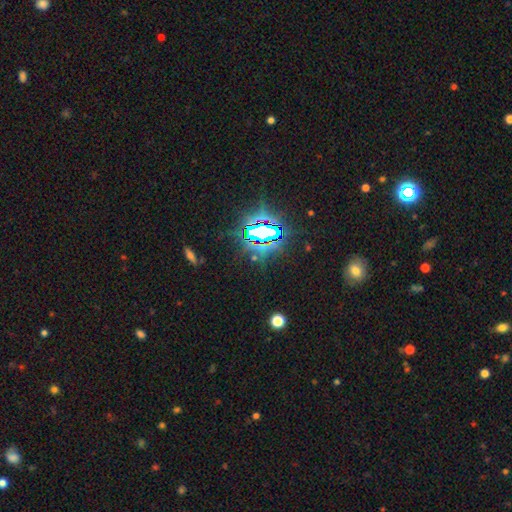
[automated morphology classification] A star or artifact, not a galaxy (79%).

Vote fractions:
- Smooth or featured? star or artifact: 79% / smooth: 12% / featured or disk: 9%